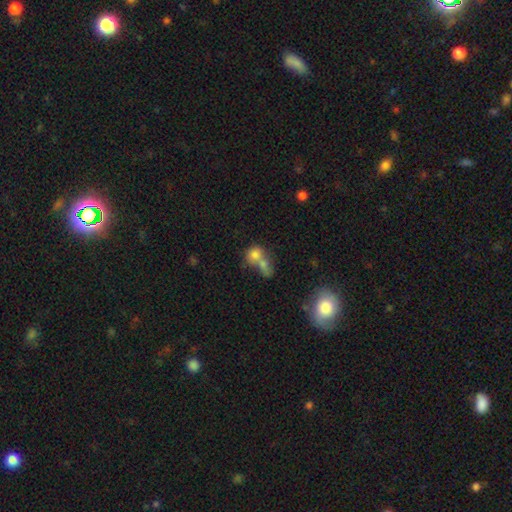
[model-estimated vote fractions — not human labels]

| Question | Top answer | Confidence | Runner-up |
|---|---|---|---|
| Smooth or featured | smooth | 74% | featured or disk (14%) |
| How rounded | round | 61% | in between (37%) |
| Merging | merger | 59% | none (28%) |